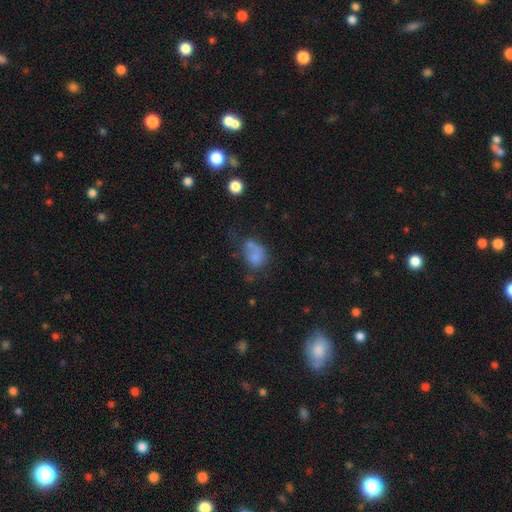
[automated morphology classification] A smooth galaxy with no disk features (69%) that is in between round and cigar-shaped (62%).

Vote fractions:
- Smooth or featured? smooth: 69% / featured or disk: 19% / star or artifact: 13%
- How rounded? in between: 62% / round: 36% / cigar-shaped: 2%
- Merging? merger: 33% / none: 27% / major disturbance: 21% / minor disturbance: 20%